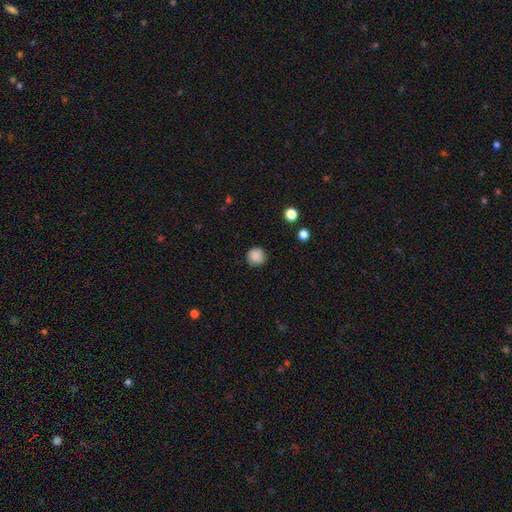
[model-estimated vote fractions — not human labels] Smooth or featured? Predicted: smooth (p=0.85). How rounded? Predicted: round (p=0.91). Merging? Predicted: none (p=0.82).